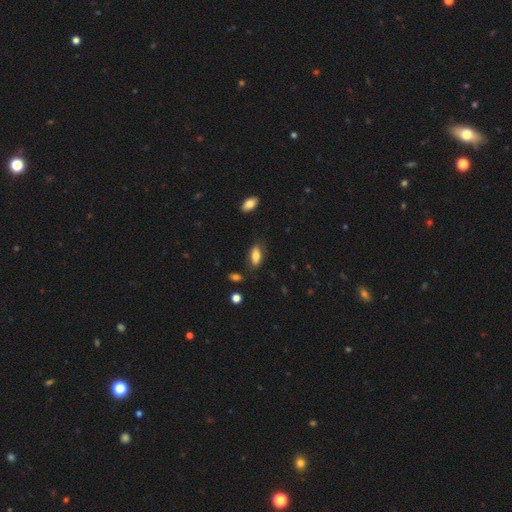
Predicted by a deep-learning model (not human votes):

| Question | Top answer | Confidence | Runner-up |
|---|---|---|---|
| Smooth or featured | smooth | 81% | featured or disk (11%) |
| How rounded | in between | 83% | cigar-shaped (14%) |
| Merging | none | 79% | minor disturbance (15%) |